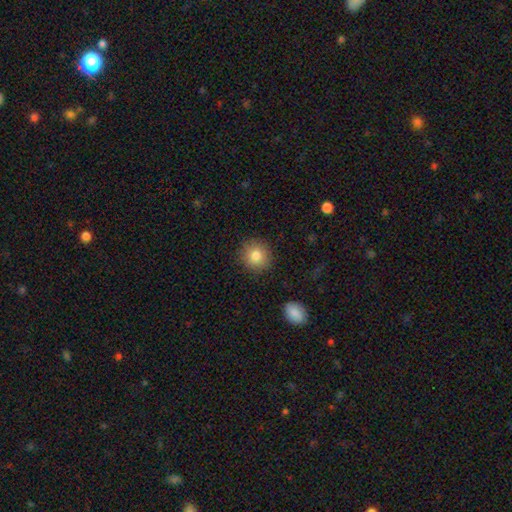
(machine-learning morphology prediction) A smooth galaxy with no disk features (82%) that is round (90%).

Vote fractions:
- Smooth or featured? smooth: 82% / star or artifact: 10% / featured or disk: 8%
- How rounded? round: 90% / in between: 9% / cigar-shaped: 1%
- Merging? none: 89% / minor disturbance: 7% / major disturbance: 2% / merger: 1%